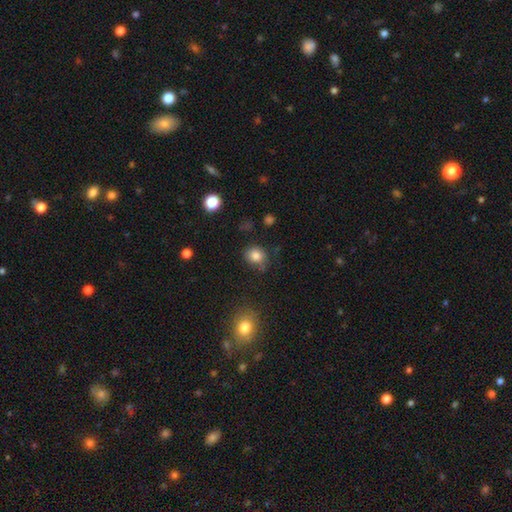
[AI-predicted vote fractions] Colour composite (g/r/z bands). It shows a smooth galaxy with no disk features (82%) that is round (73%). Merging: none (74%).